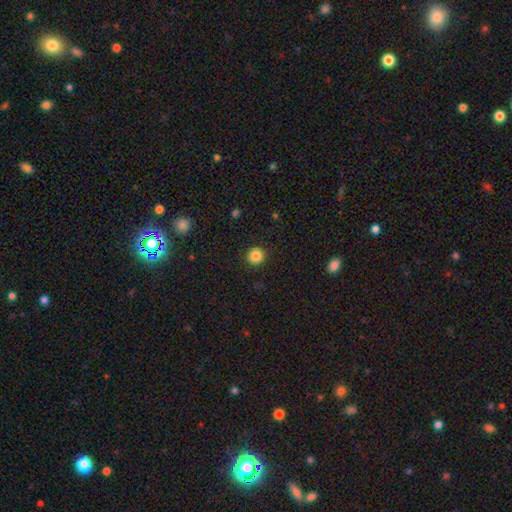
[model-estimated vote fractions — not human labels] The model was most divided on "smooth or featured": smooth: 85%, star or artifact: 11%, featured or disk: 4%. More confident: how rounded — round (95%); merging — none (93%).